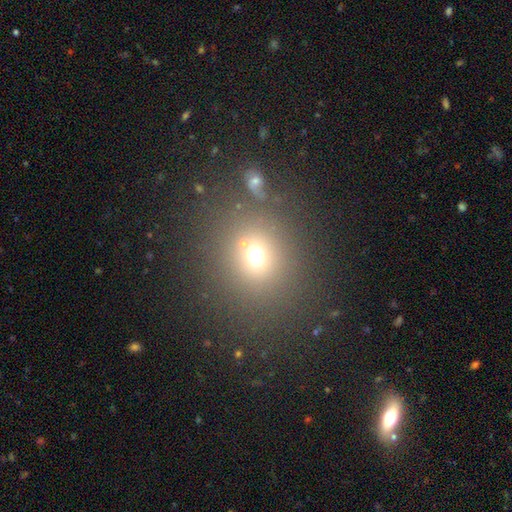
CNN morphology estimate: Smooth or featured?
  - smooth: 66% *
  - star or artifact: 23%
  - featured or disk: 11%
How rounded?
  - round: 79% *
  - in between: 20%
  - cigar-shaped: 1%
Merging?
  - none: 68% *
  - merger: 15%
  - minor disturbance: 10%
  - major disturbance: 7%